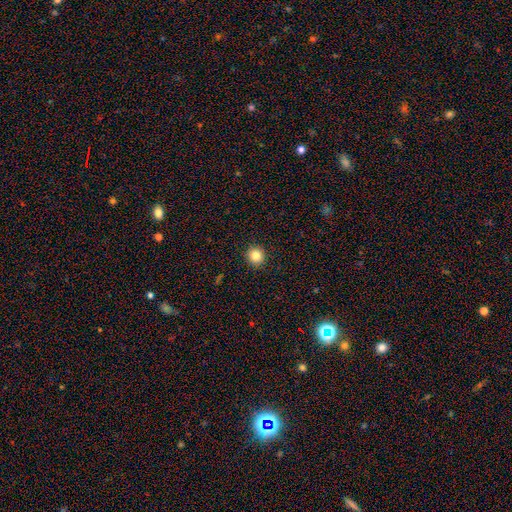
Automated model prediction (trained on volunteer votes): This is clearly a smooth galaxy (83%). How rounded: clearly round (94%). Merging: clearly none (93%).